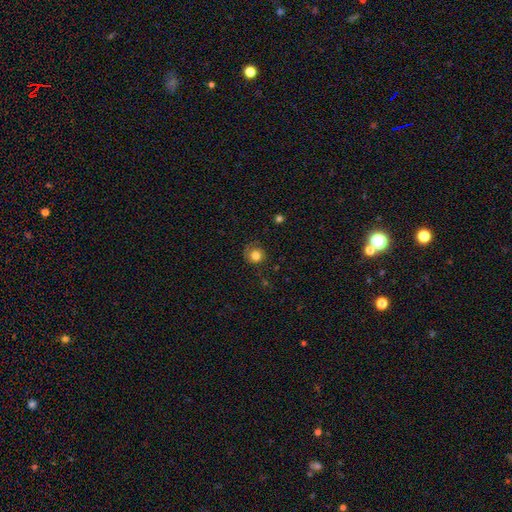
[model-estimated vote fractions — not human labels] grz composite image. It shows a smooth galaxy with no disk features (78%) that is round (86%). Merging: none (64%).